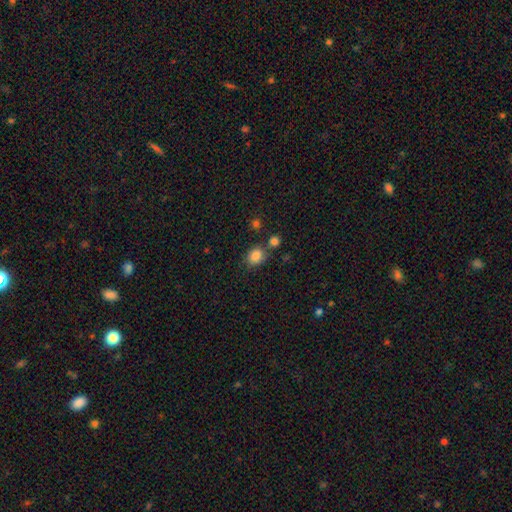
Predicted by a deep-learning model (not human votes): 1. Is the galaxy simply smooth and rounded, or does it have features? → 84% smooth, 10% star or artifact, 6% featured or disk.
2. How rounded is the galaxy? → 62% round, 37% in between, 1% cigar-shaped.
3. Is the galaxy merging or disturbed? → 68% none, 14% minor disturbance, 14% merger, 4% major disturbance.